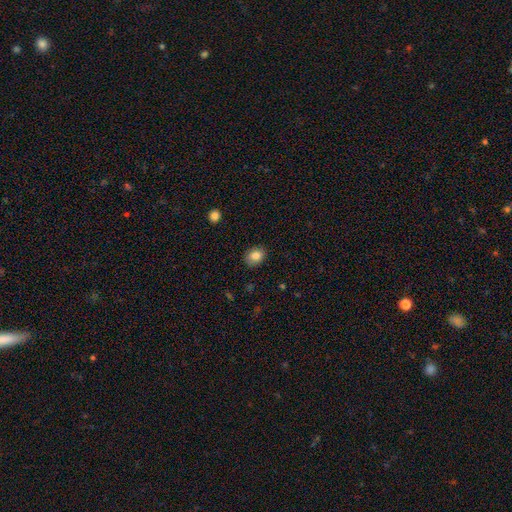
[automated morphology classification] smooth-or-featured: smooth: 84% | star or artifact: 9% | featured or disk: 7%
  how-rounded: in between: 54% | round: 45% | cigar-shaped: 1%
  merging: none: 85% | minor disturbance: 12% | major disturbance: 2% | merger: 1%